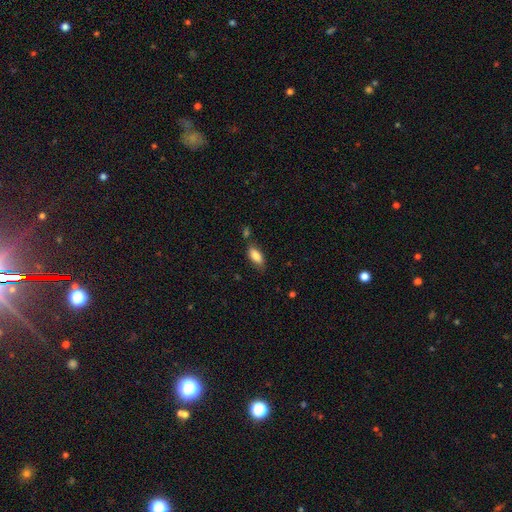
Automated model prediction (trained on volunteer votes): smooth 86%, star or artifact 7%, featured or disk 7%. Down the decision tree: how rounded — in between (89%); merging — none (72%).